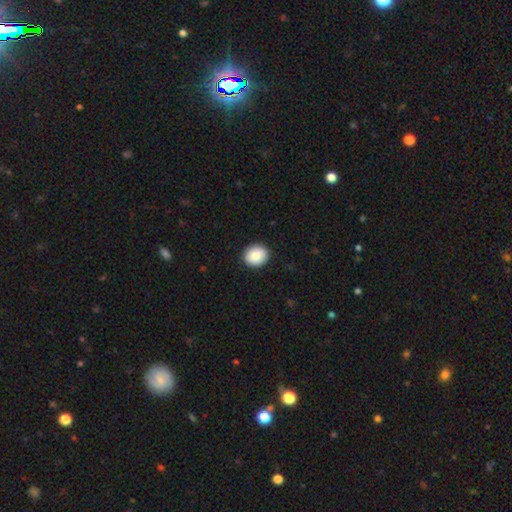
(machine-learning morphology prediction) Overall: smooth (86%). How rounded: round (66%; in between 33%). Merging: none (91%).